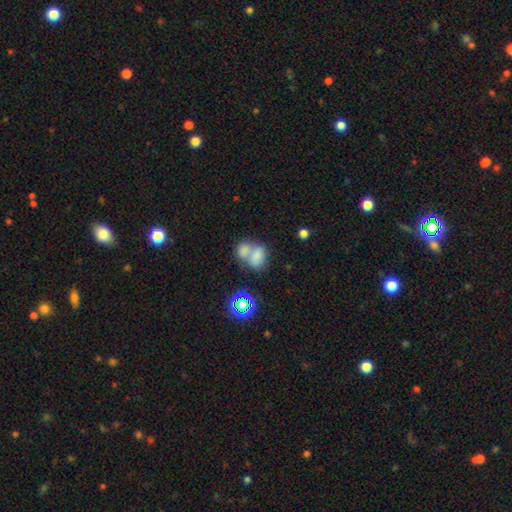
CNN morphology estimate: Overall: smooth (72%). How rounded: in between (75%). Merging: merger (67%).